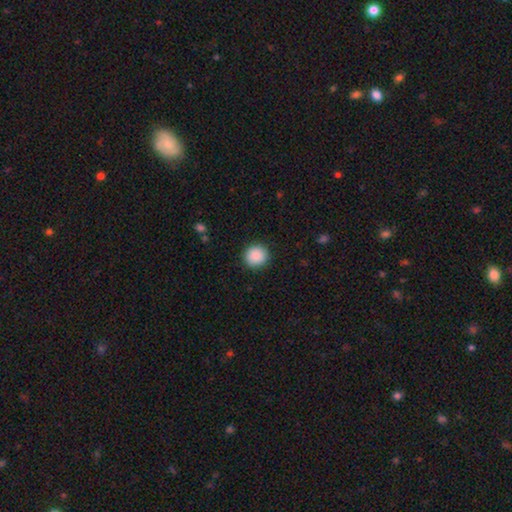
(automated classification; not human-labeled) Overall: smooth (89%). How rounded: round (92%). Merging: none (91%).